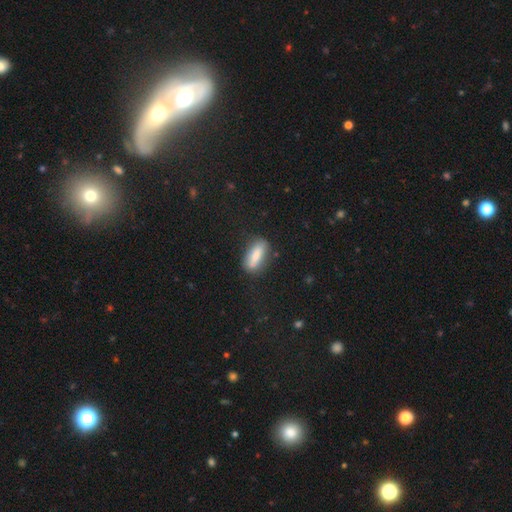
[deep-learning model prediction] smooth-or-featured: smooth: 72% | featured or disk: 21% | star or artifact: 7%
  how-rounded: in between: 63% | cigar-shaped: 34% | round: 3%
  merging: none: 76% | minor disturbance: 16% | major disturbance: 4% | merger: 4%